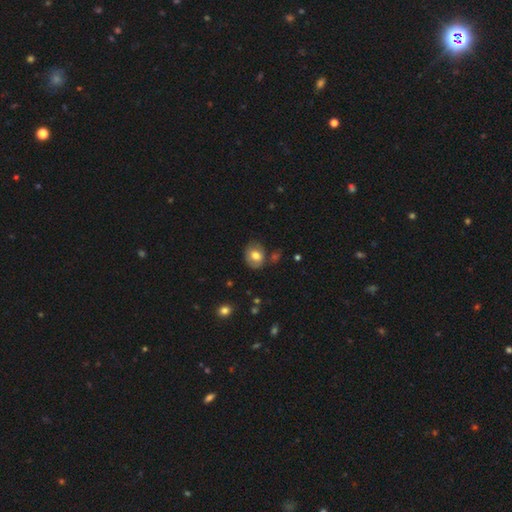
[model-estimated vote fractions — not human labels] Morphology: type=smooth (72%); roundness=round (51%); merging=none (73%).